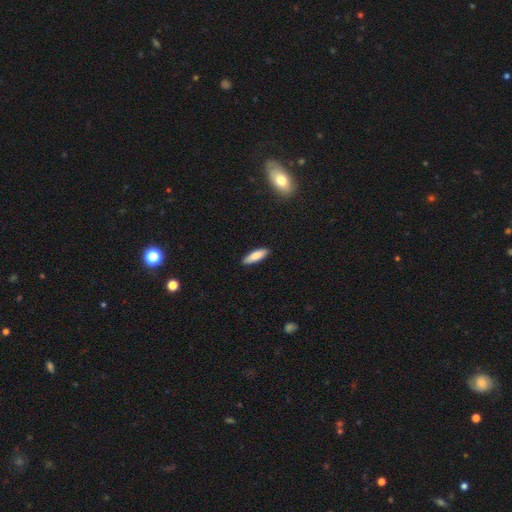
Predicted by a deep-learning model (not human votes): This is clearly a smooth galaxy (82%). How rounded: possibly cigar-shaped (51%). Merging: clearly none (90%).